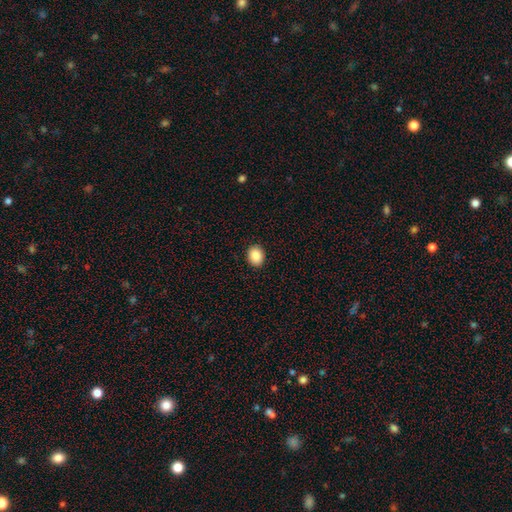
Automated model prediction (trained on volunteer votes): smooth 88%, star or artifact 8%, featured or disk 3%. Down the decision tree: how rounded — round (55%); merging — none (92%).